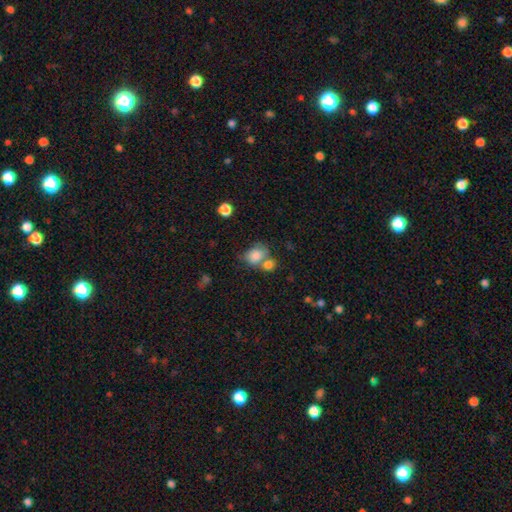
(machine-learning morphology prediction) Smooth or featured?
  - smooth: 80% *
  - featured or disk: 10%
  - star or artifact: 9%
How rounded?
  - in between: 51% *
  - round: 48%
  - cigar-shaped: 1%
Merging?
  - merger: 44% *
  - none: 33%
  - minor disturbance: 15%
  - major disturbance: 8%